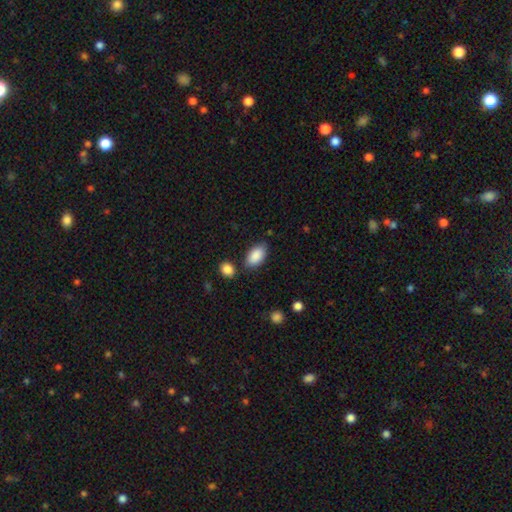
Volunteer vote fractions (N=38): smooth-or-featured: smooth: 95% | star or artifact: 5% | featured or disk: 0%
  how-rounded: in between: 92% | round: 6% | cigar-shaped: 3%
  merging: none: 81% | minor disturbance: 14% | major disturbance: 3% | merger: 3%